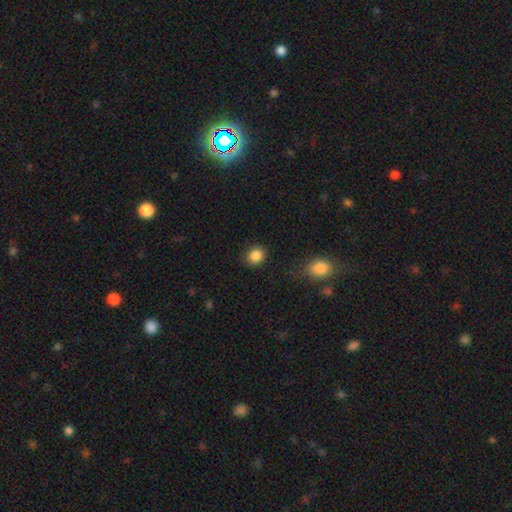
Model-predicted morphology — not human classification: A smooth galaxy with no disk features (87%) that is round (68%).

Vote fractions:
- Smooth or featured? smooth: 87% / star or artifact: 9% / featured or disk: 4%
- How rounded? round: 68% / in between: 31% / cigar-shaped: 1%
- Merging? none: 83% / minor disturbance: 12% / major disturbance: 3% / merger: 2%